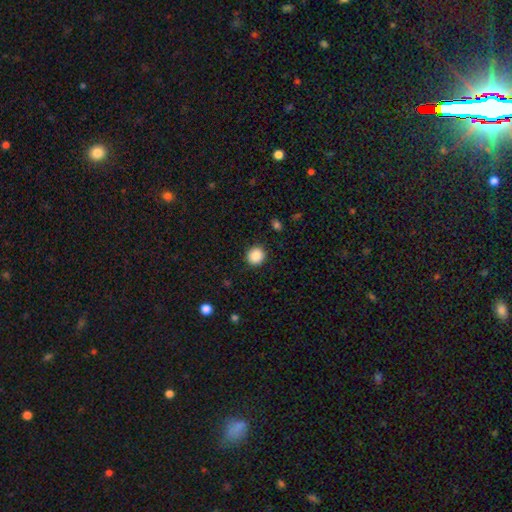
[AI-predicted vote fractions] This is clearly a smooth galaxy (88%). How rounded: clearly round (90%). Merging: clearly none (91%).